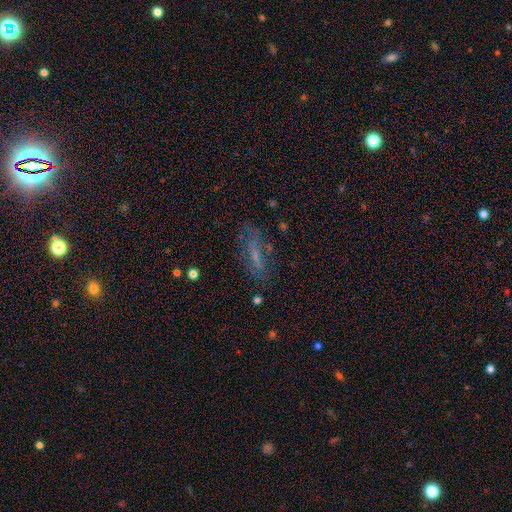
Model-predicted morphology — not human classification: Smooth or featured: featured or disk — 43% (smooth — 40%)
Merging: none — 68% (minor disturbance — 19%)